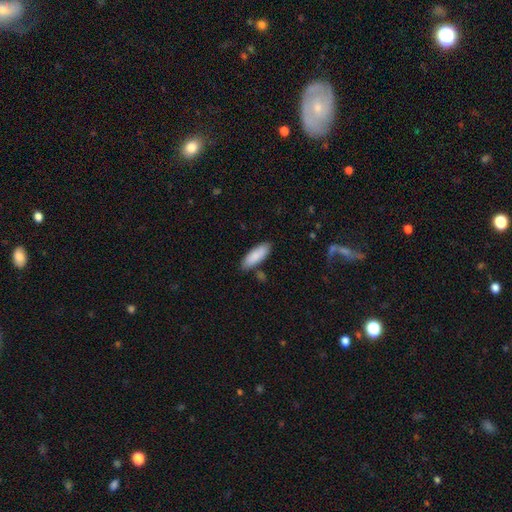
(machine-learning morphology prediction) Smooth or featured? Predicted: smooth (p=0.87). How rounded? Predicted: in between (p=0.67). Merging? Predicted: none (p=0.82).